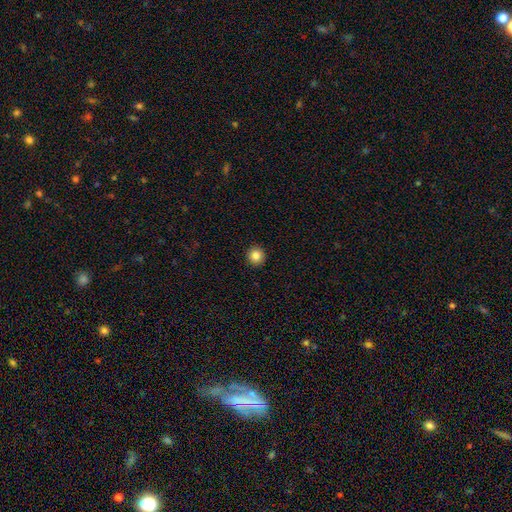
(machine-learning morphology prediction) This is clearly a smooth galaxy (84%). How rounded: clearly round (94%). Merging: clearly none (93%).